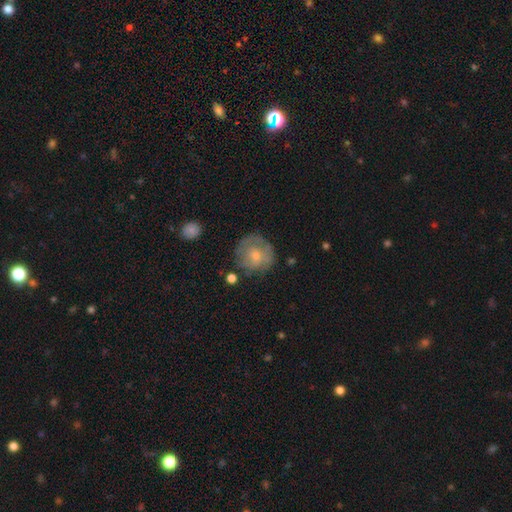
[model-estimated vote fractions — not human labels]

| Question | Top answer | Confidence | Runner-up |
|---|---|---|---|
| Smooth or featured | smooth | 53% | featured or disk (40%) |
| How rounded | round | 89% | in between (10%) |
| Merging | none | 65% | minor disturbance (22%) |